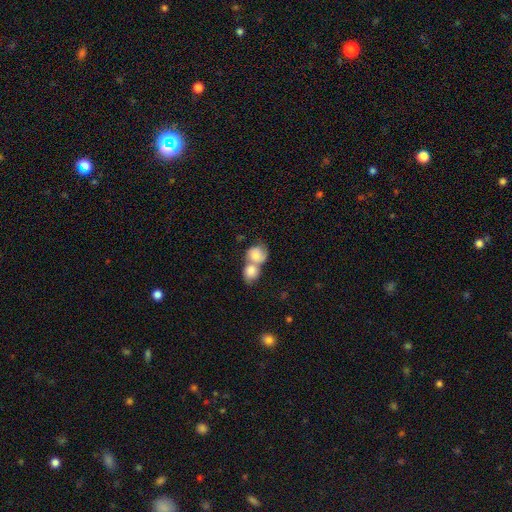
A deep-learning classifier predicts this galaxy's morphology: smooth-or-featured: smooth: 72% | featured or disk: 21% | star or artifact: 7%
  how-rounded: round: 70% | in between: 29% | cigar-shaped: 1%
  merging: merger: 75% | none: 16% | minor disturbance: 6% | major disturbance: 4%